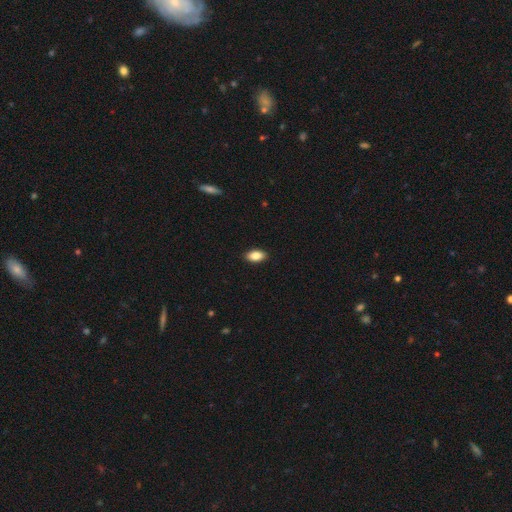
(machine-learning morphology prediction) smooth-or-featured: smooth: 86% | star or artifact: 7% | featured or disk: 7%
  how-rounded: in between: 92% | round: 4% | cigar-shaped: 3%
  merging: none: 90% | minor disturbance: 7% | major disturbance: 2% | merger: 1%